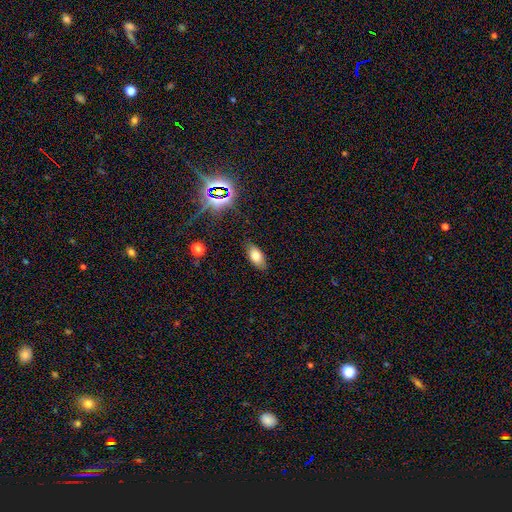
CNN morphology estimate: This appears to be a smooth galaxy with no disk features (76%) that is in between round and cigar-shaped (90%). Merging: none (83%).